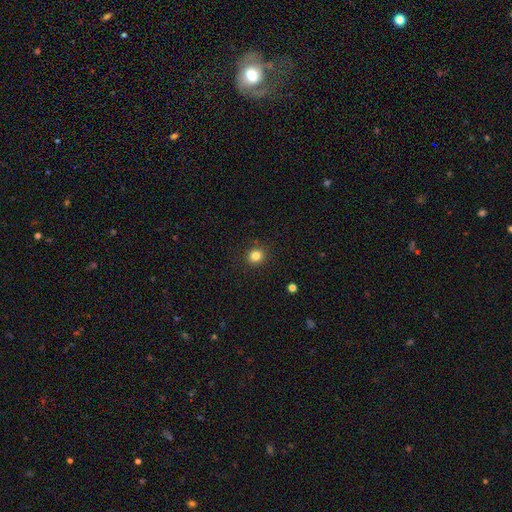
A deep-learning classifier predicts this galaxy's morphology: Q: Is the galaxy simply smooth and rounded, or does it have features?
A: smooth — 83%.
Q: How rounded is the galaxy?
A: round — 84%.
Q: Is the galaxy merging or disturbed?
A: none — 90%.